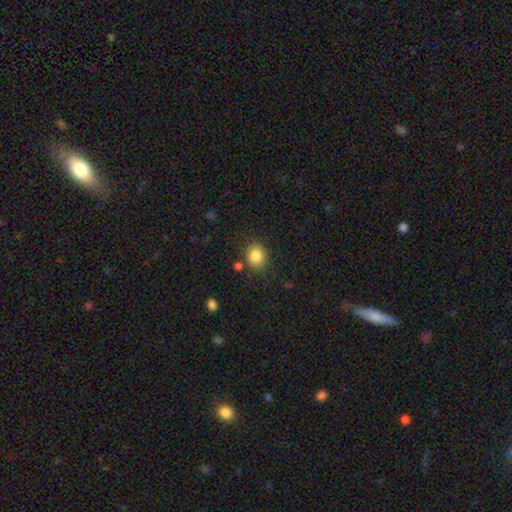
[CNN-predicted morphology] Smooth or featured? smooth (85%)
How rounded? round (72%)
Merging? none (80%)